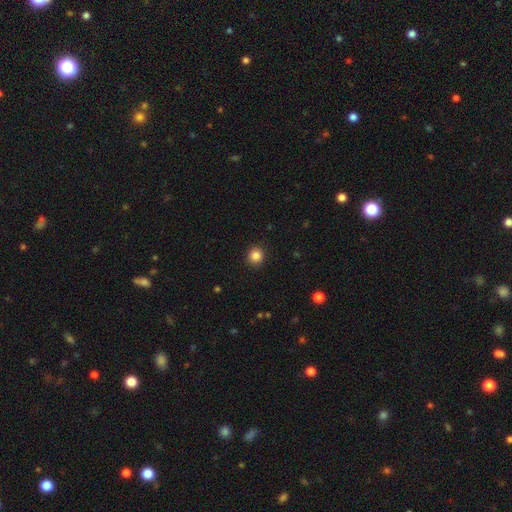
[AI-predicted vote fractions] A smooth galaxy with no disk features (86%) that is round (91%). Merging: none (92%).